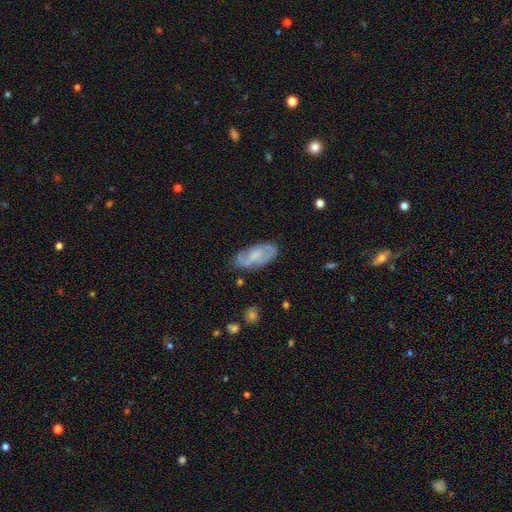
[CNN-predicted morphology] Overall: featured or disk (54%; smooth 39%). Edge-on disk: no (91%). Merging: none (72%).